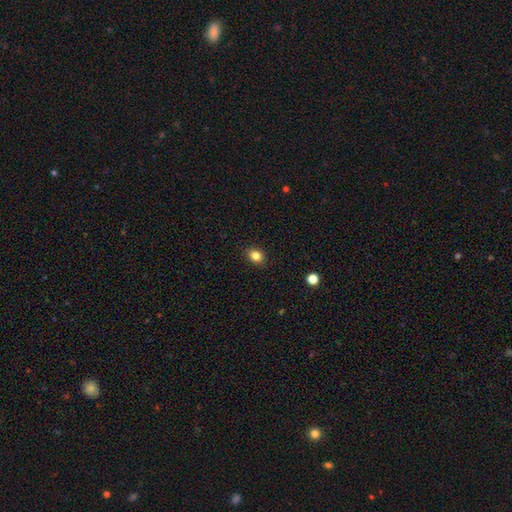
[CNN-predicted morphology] smooth 83%, star or artifact 11%, featured or disk 6%. Down the decision tree: how rounded — round (50%); merging — none (90%).